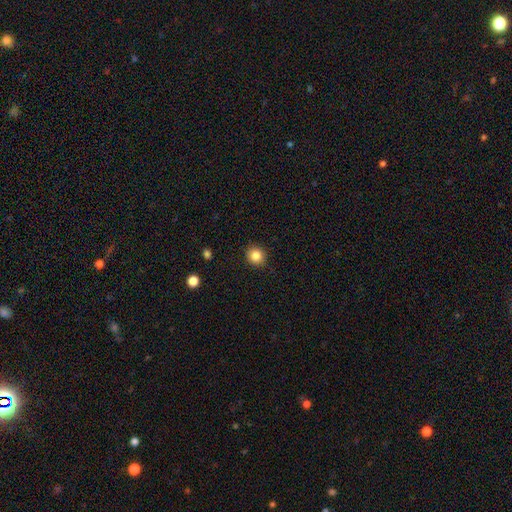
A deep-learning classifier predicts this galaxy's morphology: type=smooth (85%); roundness=round (91%); merging=none (91%).